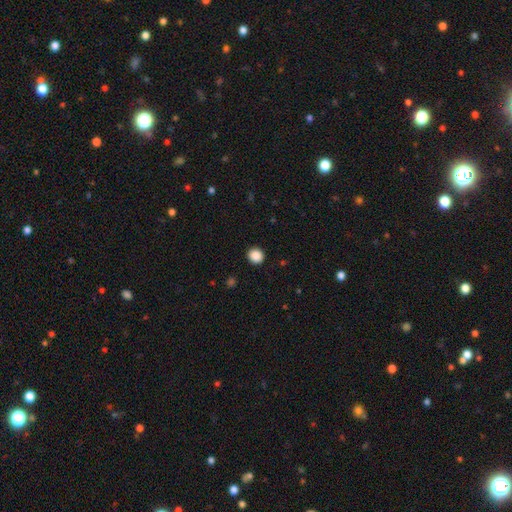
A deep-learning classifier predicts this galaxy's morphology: Smooth or featured? smooth (89%)
How rounded? round (89%)
Merging? none (92%)